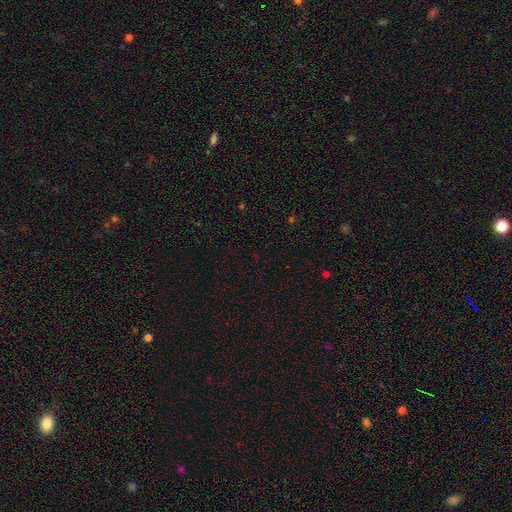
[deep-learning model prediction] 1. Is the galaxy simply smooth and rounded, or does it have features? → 67% star or artifact, 26% smooth, 7% featured or disk.